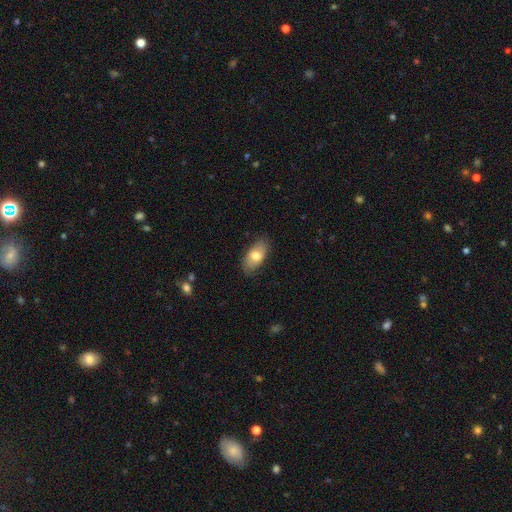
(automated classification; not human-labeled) smooth-or-featured: smooth: 73% | featured or disk: 21% | star or artifact: 6%
  how-rounded: in between: 92% | round: 4% | cigar-shaped: 4%
  merging: none: 82% | minor disturbance: 14% | major disturbance: 3% | merger: 1%